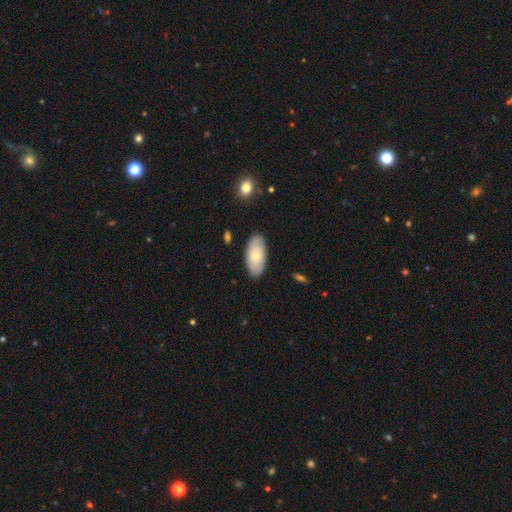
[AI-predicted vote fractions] smooth_or_featured: smooth (p=0.66) [alt: featured or disk p=0.28]
how_rounded: in between (p=0.93) [alt: cigar-shaped p=0.04]
merging: none (p=0.86) [alt: minor disturbance p=0.11]